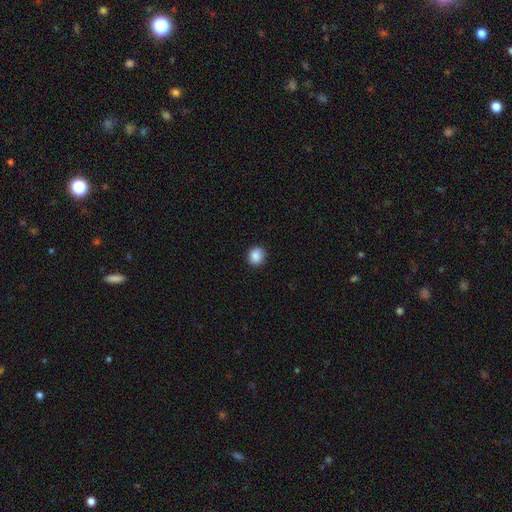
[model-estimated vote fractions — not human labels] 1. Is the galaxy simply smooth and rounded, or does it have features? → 88% smooth, 9% star or artifact, 3% featured or disk.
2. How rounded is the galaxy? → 84% round, 15% in between, 1% cigar-shaped.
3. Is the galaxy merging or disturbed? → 90% none, 8% minor disturbance, 2% major disturbance, 1% merger.